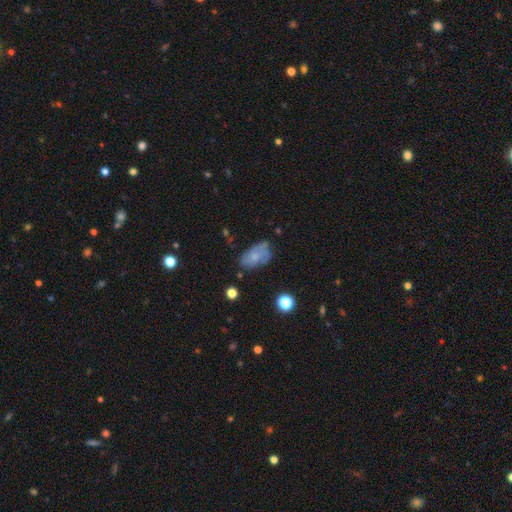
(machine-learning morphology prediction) This is possibly a smooth galaxy (55%). How rounded: clearly in between (90%). Merging: possibly none (56%).